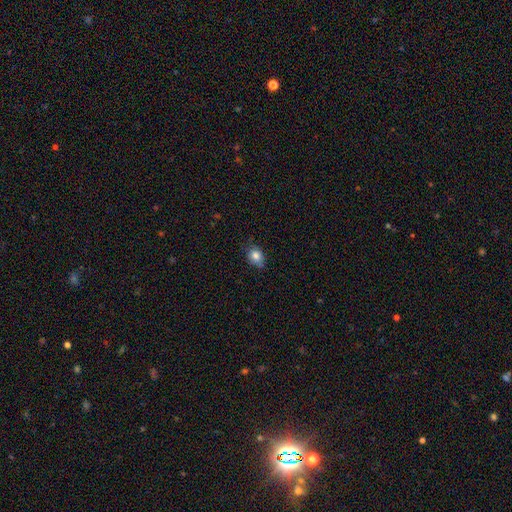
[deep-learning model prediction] A smooth galaxy with no disk features (82%) that is in between round and cigar-shaped (68%). Merging: none (73%).